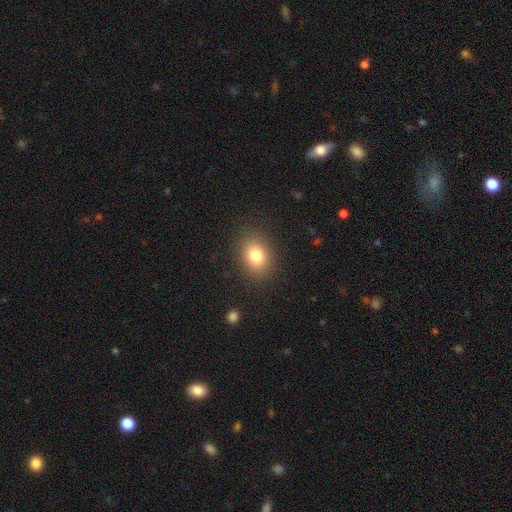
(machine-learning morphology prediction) Overall: smooth (80%). How rounded: in between (57%; round 42%). Merging: none (87%).